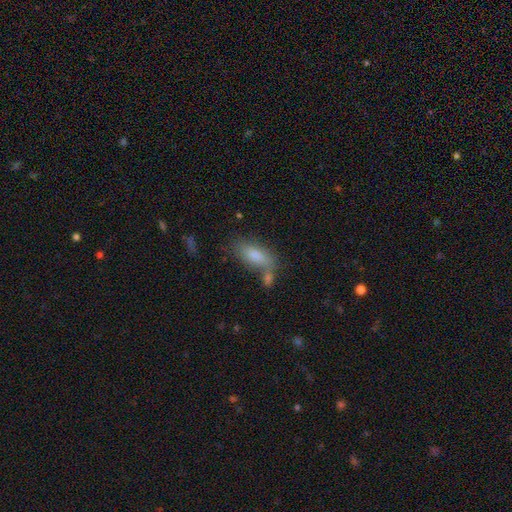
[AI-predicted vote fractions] smooth_or_featured: smooth (p=0.81) [alt: featured or disk p=0.11]
how_rounded: in between (p=0.74) [alt: cigar-shaped p=0.23]
merging: none (p=0.55) [alt: merger p=0.22]